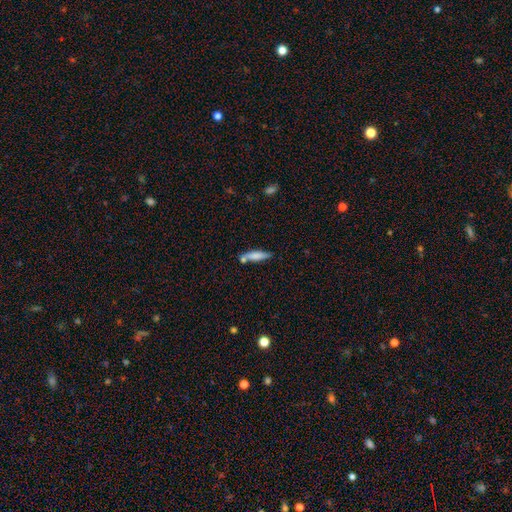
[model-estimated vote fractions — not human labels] The model was most divided on "merging": none: 62%, merger: 18%, minor disturbance: 16%, major disturbance: 4%. More confident: smooth or featured — smooth (75%); how rounded — cigar-shaped (75%).